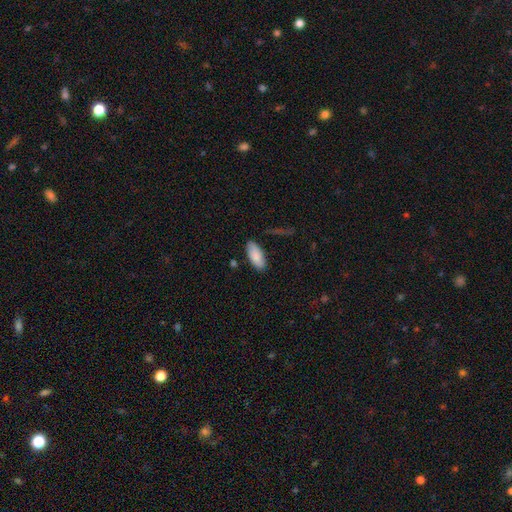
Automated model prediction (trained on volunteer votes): The model was most divided on "merging": none: 82%, minor disturbance: 13%, major disturbance: 3%, merger: 2%. More confident: how rounded — in between (89%); smooth or featured — smooth (85%).